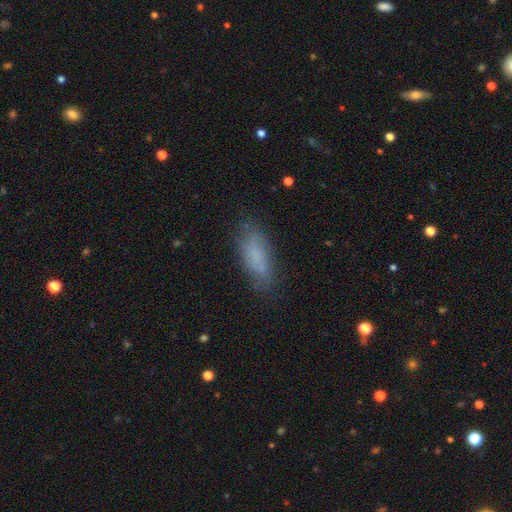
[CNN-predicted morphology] type=smooth (80%); roundness=in between (67%); merging=none (81%).